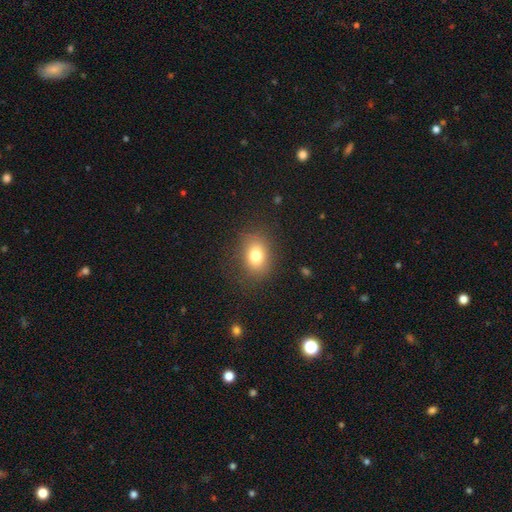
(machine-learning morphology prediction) type=smooth (77%); roundness=in between (62%); merging=none (82%).